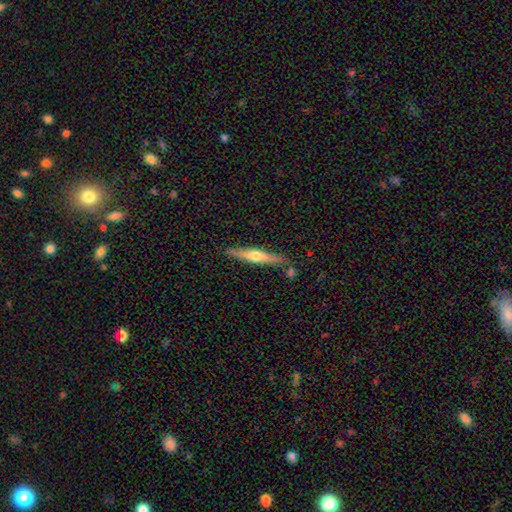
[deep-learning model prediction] Overall: featured or disk (58%; smooth 37%). Edge-on disk: yes (95%). Edge-on bulge: rounded (88%). Merging: none (82%).